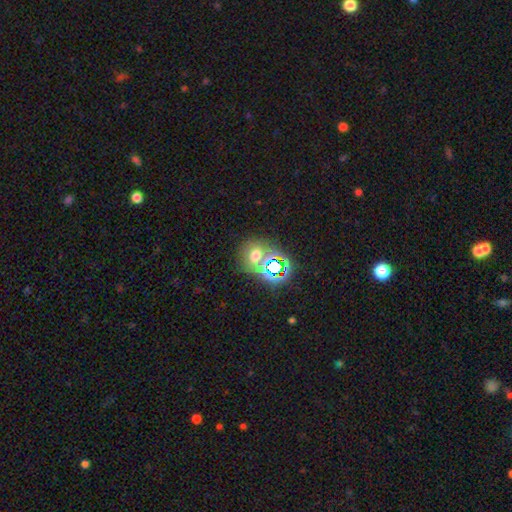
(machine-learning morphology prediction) The model was most divided on "smooth or featured": smooth: 50%, star or artifact: 39%, featured or disk: 12%. More confident: merging — none (58%).